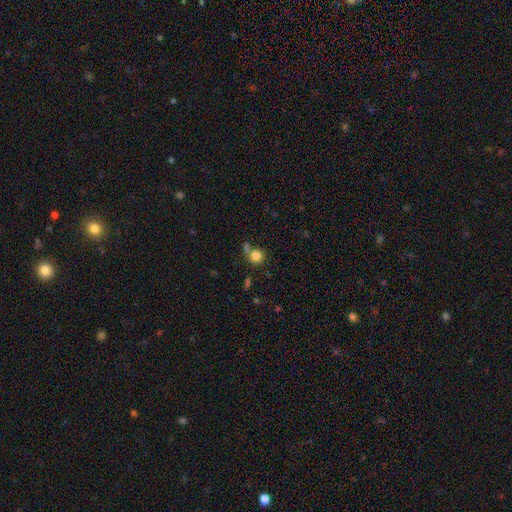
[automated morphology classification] type=smooth (82%); roundness=round (88%); merging=none (62%).